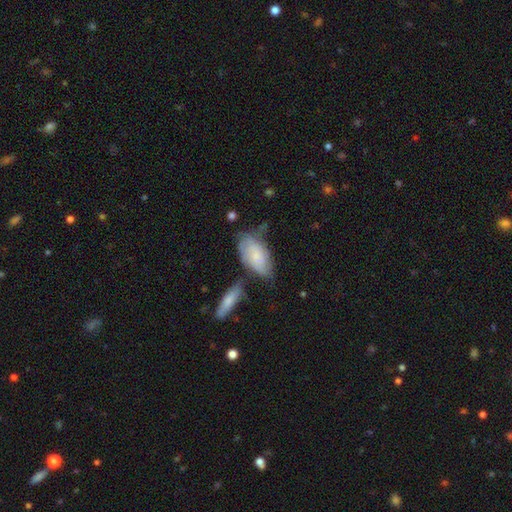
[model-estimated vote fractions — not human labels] Overall: smooth (53%; featured or disk 40%). How rounded: in between (91%). Merging: none (46%; minor disturbance 28%).